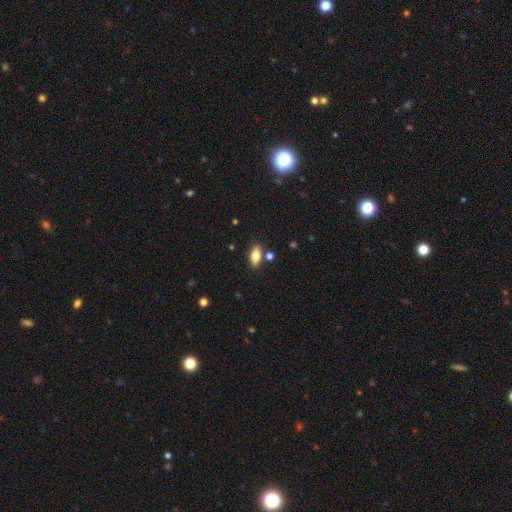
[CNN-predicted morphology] smooth-or-featured: smooth: 76% | featured or disk: 17% | star or artifact: 7%
  how-rounded: in between: 86% | cigar-shaped: 10% | round: 4%
  merging: none: 81% | minor disturbance: 10% | merger: 7% | major disturbance: 2%